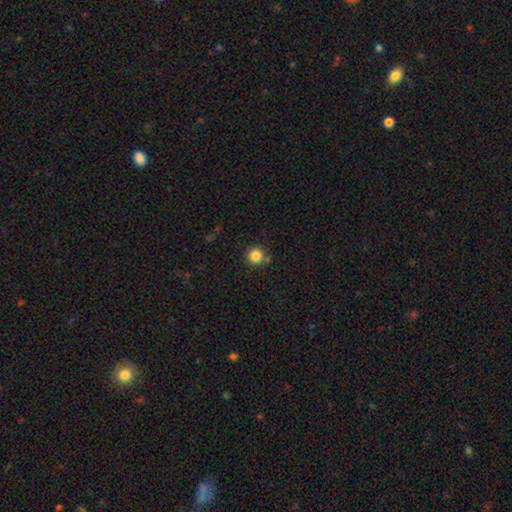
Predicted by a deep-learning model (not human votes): This is clearly a smooth galaxy (84%). How rounded: clearly round (95%). Merging: clearly none (81%).